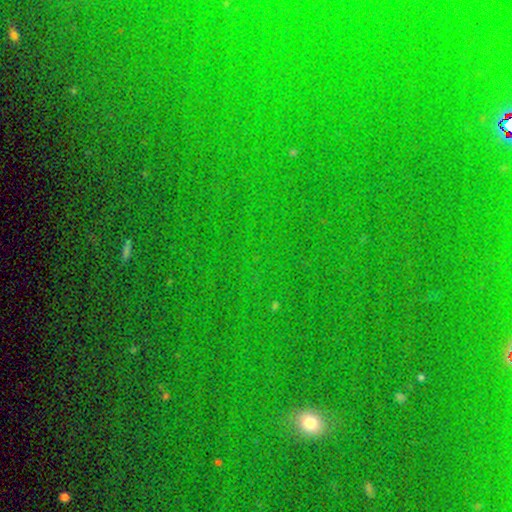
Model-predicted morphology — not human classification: smooth-or-featured: star or artifact: 76% | smooth: 15% | featured or disk: 9%